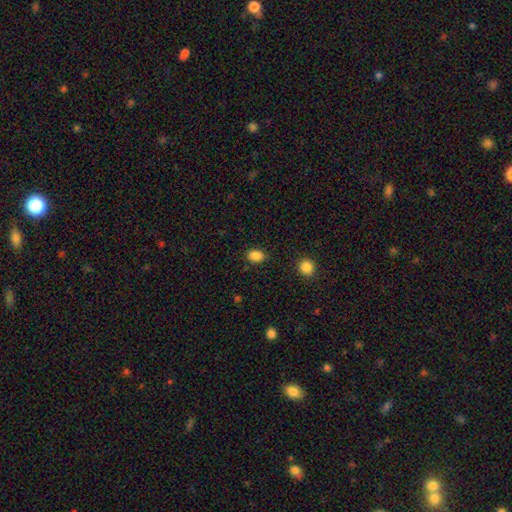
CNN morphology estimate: Smooth or featured? smooth (87%)
How rounded? in between (74%)
Merging? none (85%)